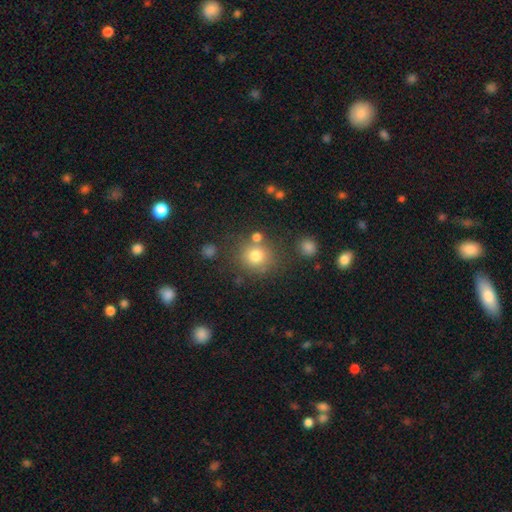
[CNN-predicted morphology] The model was most divided on "merging": none: 74%, merger: 11%, minor disturbance: 11%, major disturbance: 4%. More confident: how rounded — round (87%); smooth or featured — smooth (77%).